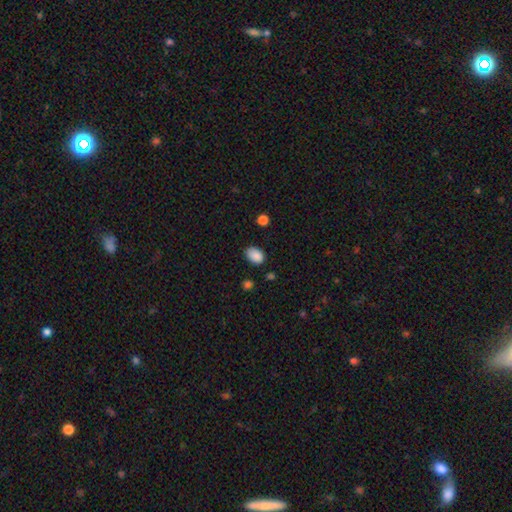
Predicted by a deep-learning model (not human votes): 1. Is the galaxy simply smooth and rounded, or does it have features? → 88% smooth, 9% star or artifact, 4% featured or disk.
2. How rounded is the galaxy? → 83% in between, 16% round, 1% cigar-shaped.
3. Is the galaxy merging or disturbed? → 75% none, 19% minor disturbance, 4% major disturbance, 2% merger.